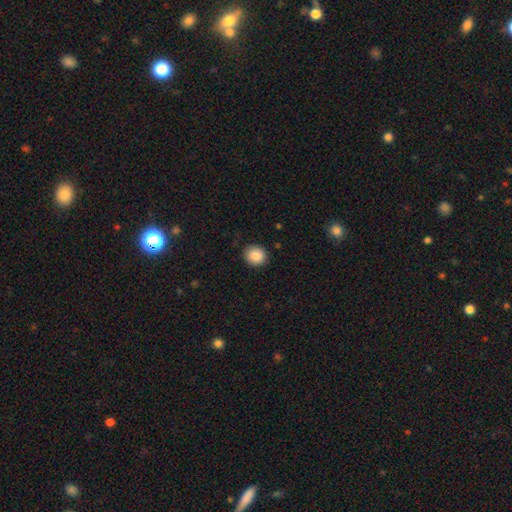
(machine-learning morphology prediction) type=smooth (88%); roundness=round (80%); merging=none (88%).